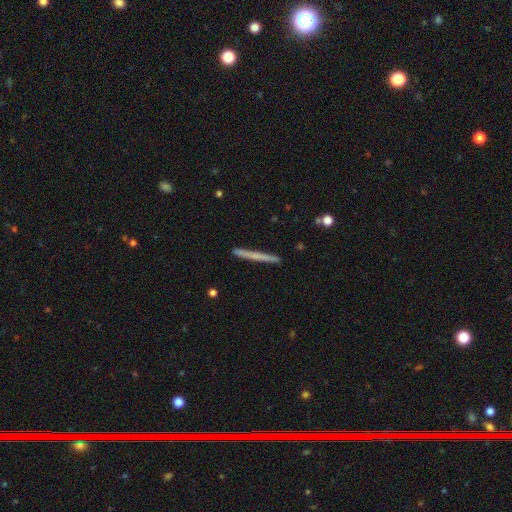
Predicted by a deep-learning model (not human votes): Overall: smooth (56%; featured or disk 39%). How rounded: cigar-shaped (97%). Merging: none (92%).